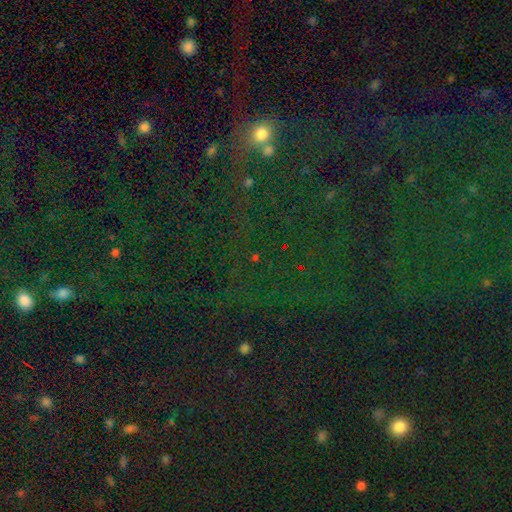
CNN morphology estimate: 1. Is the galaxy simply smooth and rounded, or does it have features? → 77% star or artifact, 15% smooth, 8% featured or disk.